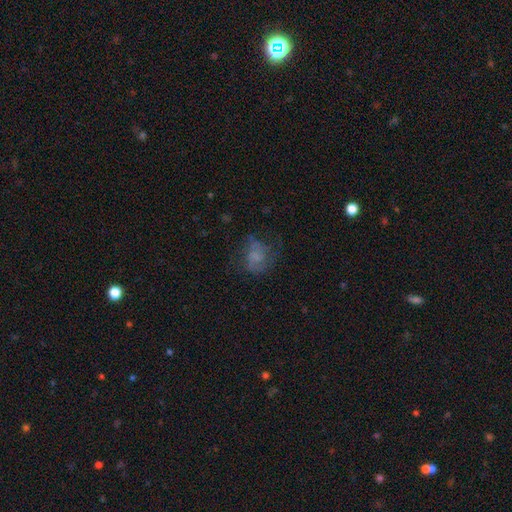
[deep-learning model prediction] Morphology: type=smooth (45%); merging=none (55%).